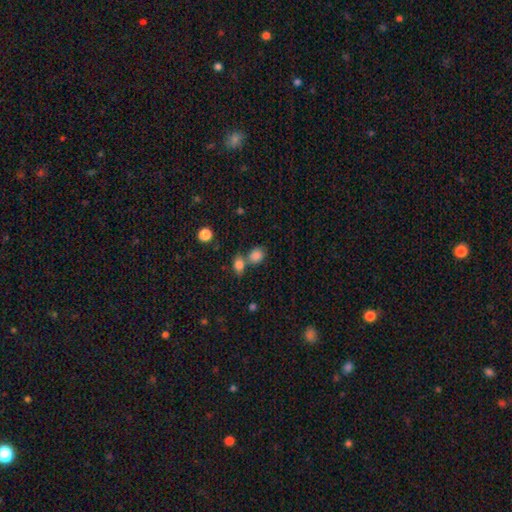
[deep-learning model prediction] smooth_or_featured: smooth (p=0.83) [alt: star or artifact p=0.11]
how_rounded: round (p=0.54) [alt: in between p=0.44]
merging: none (p=0.50) [alt: merger p=0.36]